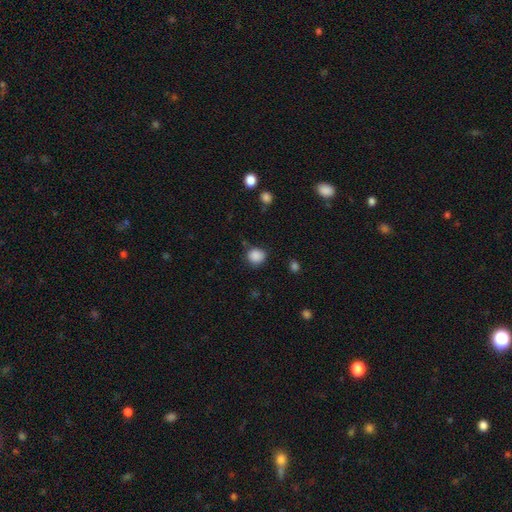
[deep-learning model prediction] A smooth galaxy with no disk features (87%) that is round (83%).

Vote fractions:
- Smooth or featured? smooth: 87% / star or artifact: 10% / featured or disk: 4%
- How rounded? round: 83% / in between: 16% / cigar-shaped: 1%
- Merging? none: 76% / minor disturbance: 17% / major disturbance: 4% / merger: 3%